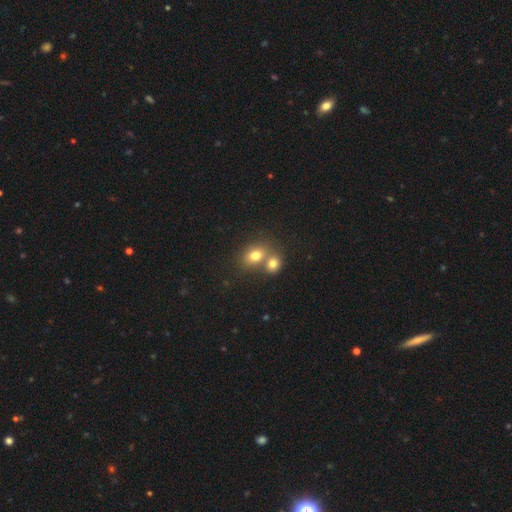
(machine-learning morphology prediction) Q: Smooth or featured?
A: smooth (77%); runner-up: star or artifact (12%)
Q: How rounded?
A: in between (56%); runner-up: round (42%)
Q: Merging?
A: merger (52%); runner-up: none (38%)